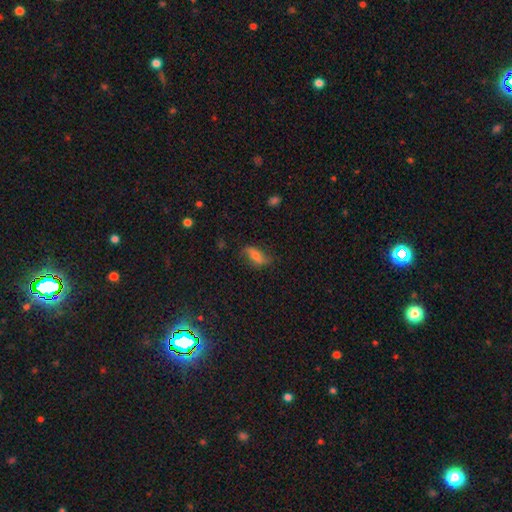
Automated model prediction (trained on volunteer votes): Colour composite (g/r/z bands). It shows a smooth galaxy with no disk features (51%) that is in between round and cigar-shaped (76%). Merging: none (68%).